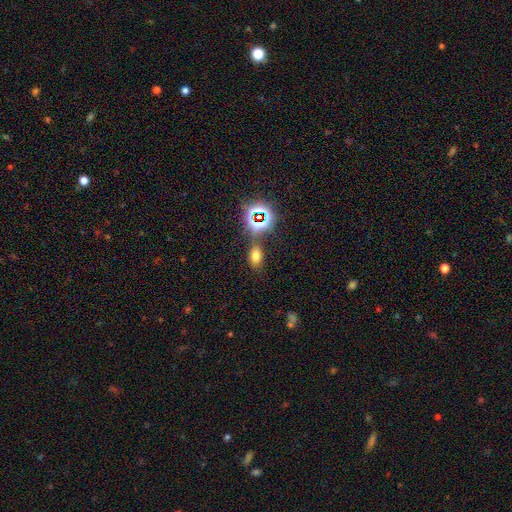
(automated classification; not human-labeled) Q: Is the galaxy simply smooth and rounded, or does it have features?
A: smooth — 61%.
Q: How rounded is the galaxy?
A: in between — 81%.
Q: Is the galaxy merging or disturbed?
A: none — 74%.